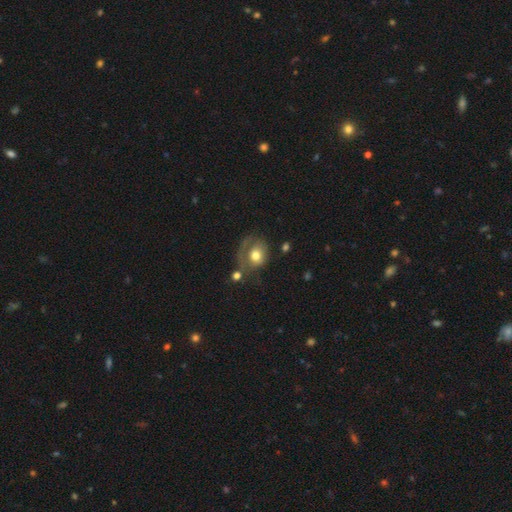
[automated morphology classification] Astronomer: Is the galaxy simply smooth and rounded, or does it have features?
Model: smooth — 61%.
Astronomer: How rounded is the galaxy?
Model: round — 61% (runner-up: in between, 38%).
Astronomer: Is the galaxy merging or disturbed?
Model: none — 36% (runner-up: major disturbance, 32%).